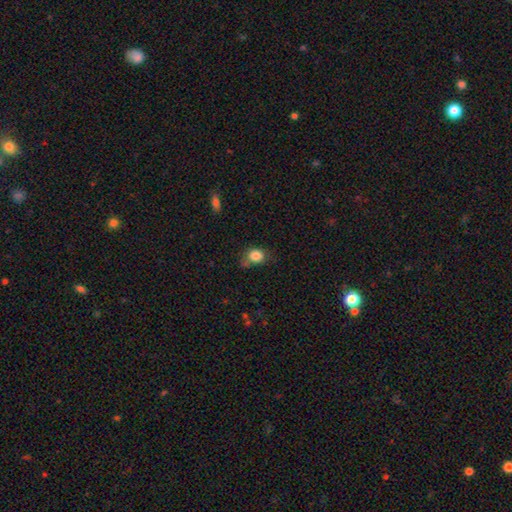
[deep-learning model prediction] Q: Smooth or featured?
A: smooth (83%); runner-up: star or artifact (10%)
Q: How rounded?
A: round (60%); runner-up: in between (38%)
Q: Merging?
A: none (55%); runner-up: minor disturbance (30%)